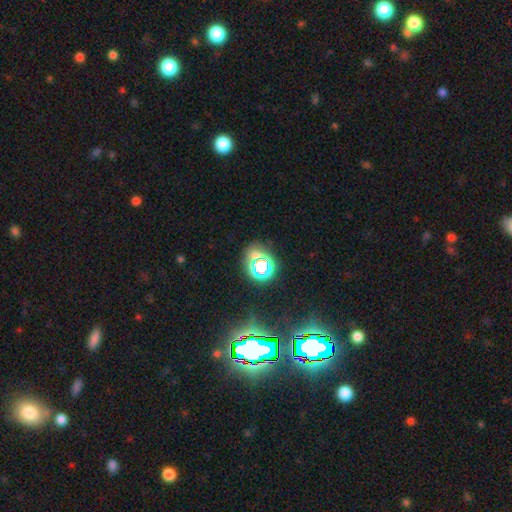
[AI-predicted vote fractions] Smooth or featured? star or artifact (57%)